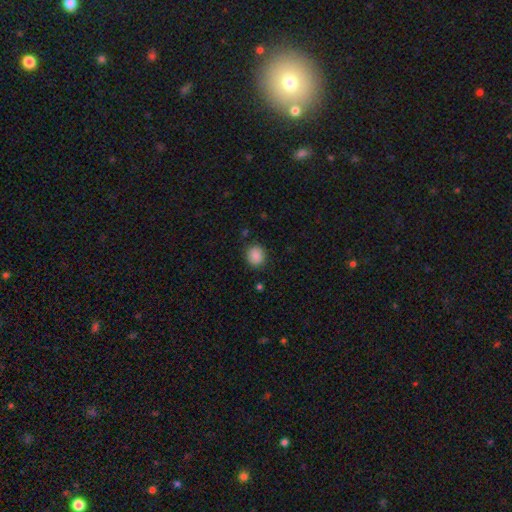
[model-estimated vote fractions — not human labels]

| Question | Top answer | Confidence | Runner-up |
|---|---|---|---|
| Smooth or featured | smooth | 88% | star or artifact (8%) |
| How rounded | round | 75% | in between (24%) |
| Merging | none | 86% | minor disturbance (10%) |